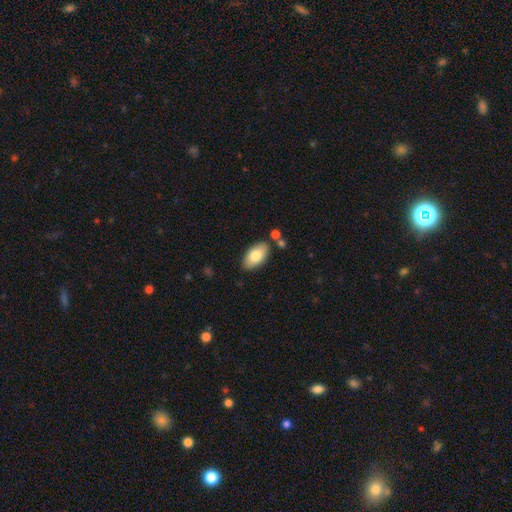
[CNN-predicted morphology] This appears to be a smooth galaxy with no disk features (79%) that is in between round and cigar-shaped (94%). Merging: none (82%).